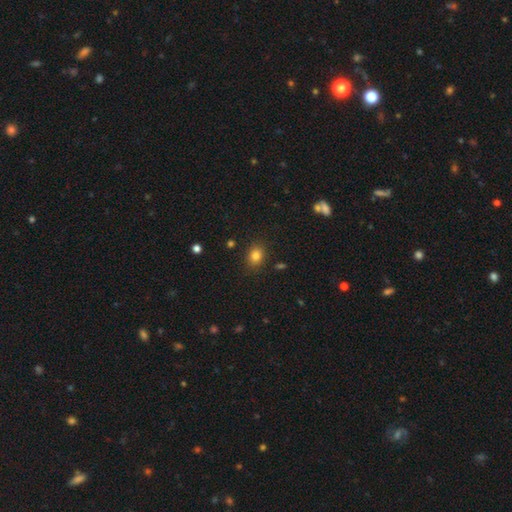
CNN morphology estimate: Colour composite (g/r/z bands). It shows a smooth galaxy with no disk features (82%) that is round (52%). Merging: none (85%).